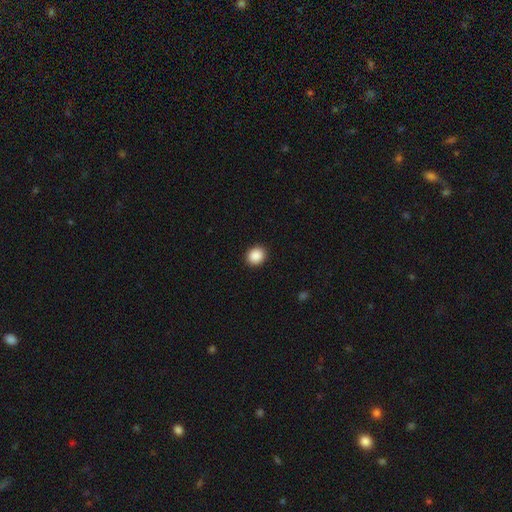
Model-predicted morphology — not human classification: Smooth or featured? Predicted: smooth (p=0.89). How rounded? Predicted: round (p=0.72). Merging? Predicted: none (p=0.91).